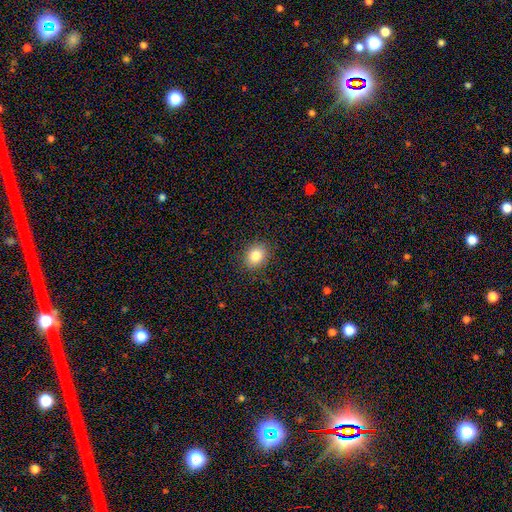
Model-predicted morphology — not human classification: This appears to be a smooth galaxy with no disk features (84%) that is round (54%). Merging: none (88%).